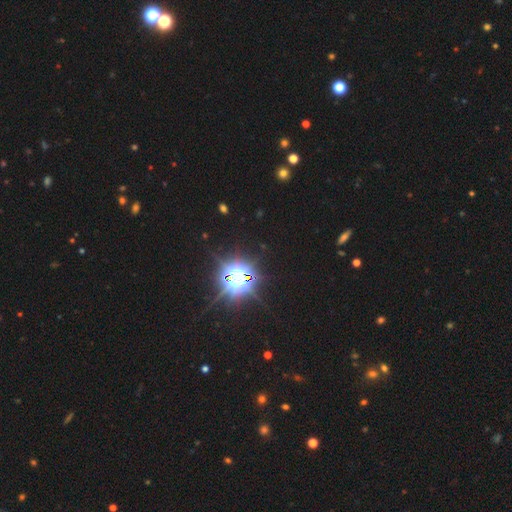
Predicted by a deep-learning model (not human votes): This appears to be a star or artifact, not a galaxy (84%).